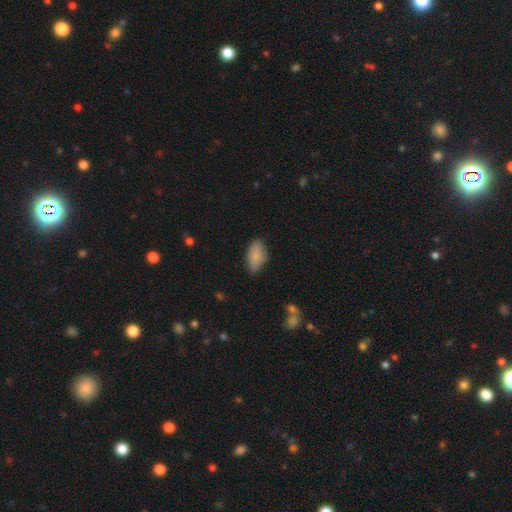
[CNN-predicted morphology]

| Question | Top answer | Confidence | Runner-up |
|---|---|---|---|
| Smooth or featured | smooth | 85% | featured or disk (8%) |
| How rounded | in between | 92% | cigar-shaped (4%) |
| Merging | none | 72% | minor disturbance (23%) |